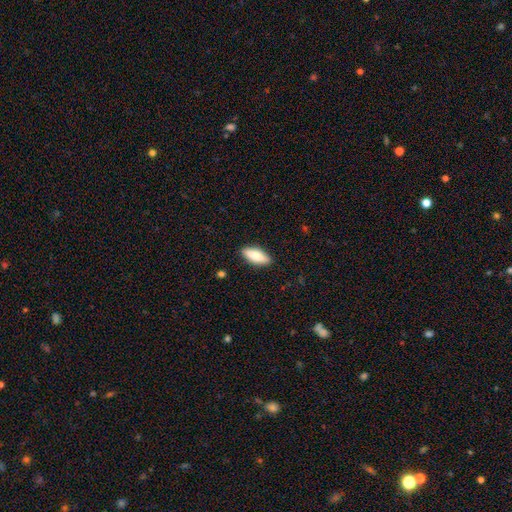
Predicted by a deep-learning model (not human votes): smooth-or-featured: smooth: 80% | featured or disk: 14% | star or artifact: 6%
  how-rounded: in between: 70% | cigar-shaped: 28% | round: 2%
  merging: none: 88% | minor disturbance: 9% | major disturbance: 2% | merger: 1%